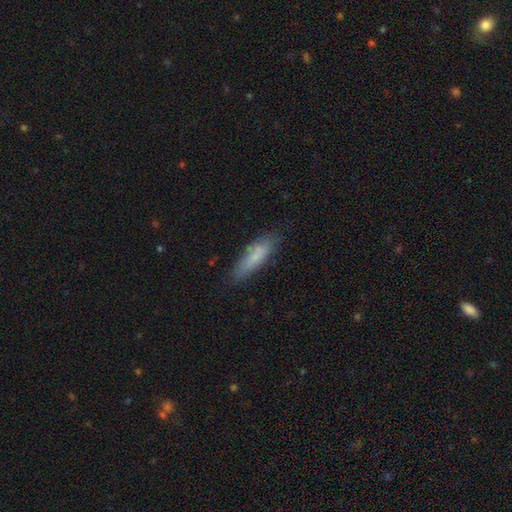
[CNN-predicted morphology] A smooth galaxy with no disk features (72%) that is cigar-shaped (65%). Merging: none (77%).